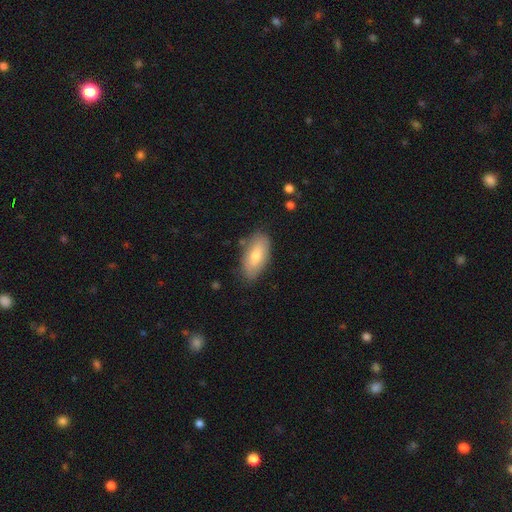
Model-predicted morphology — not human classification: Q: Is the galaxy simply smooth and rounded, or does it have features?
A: smooth — 71%.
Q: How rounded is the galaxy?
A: in between — 89%.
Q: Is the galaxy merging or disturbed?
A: none — 80%.